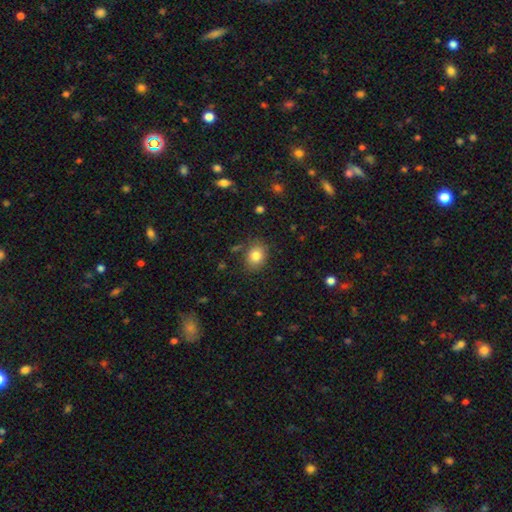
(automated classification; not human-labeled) smooth-or-featured: smooth: 83% | star or artifact: 10% | featured or disk: 8%
  how-rounded: in between: 54% | round: 45% | cigar-shaped: 1%
  merging: none: 82% | minor disturbance: 12% | major disturbance: 3% | merger: 2%